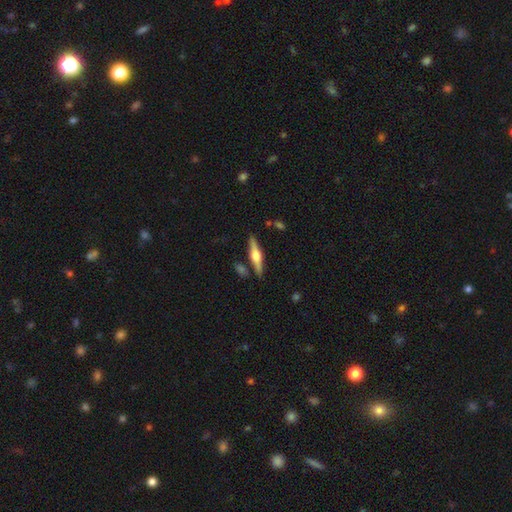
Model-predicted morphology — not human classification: A featured or disk galaxy (65%) viewed edge-on (97%) with a rounded central bulge (92%). Merging: none (84%).